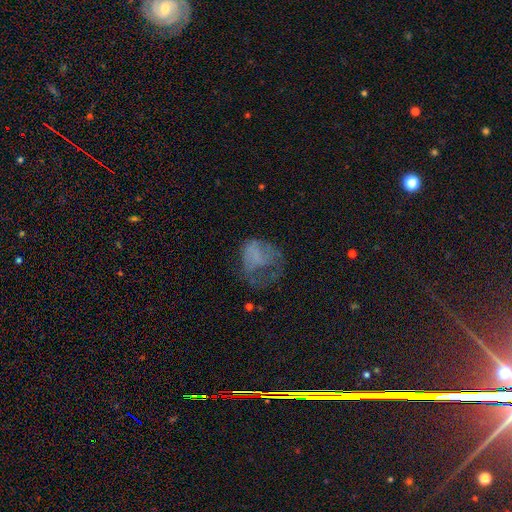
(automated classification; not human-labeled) smooth-or-featured: smooth: 48% | featured or disk: 36% | star or artifact: 16%
  merging: major disturbance: 49% | none: 28% | minor disturbance: 20% | merger: 3%